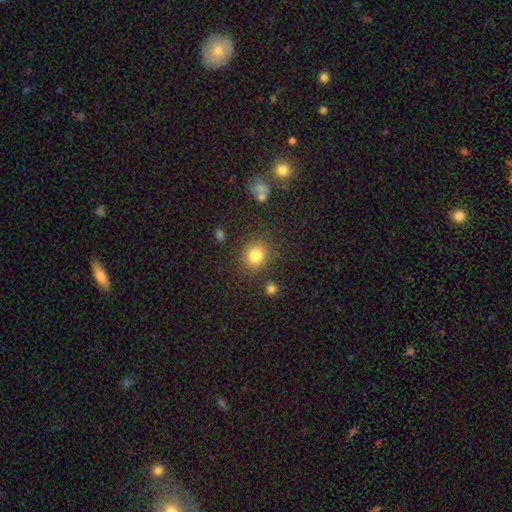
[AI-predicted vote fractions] smooth_or_featured: smooth (p=0.81) [alt: star or artifact p=0.12]
how_rounded: round (p=0.80) [alt: in between p=0.19]
merging: none (p=0.82) [alt: minor disturbance p=0.10]